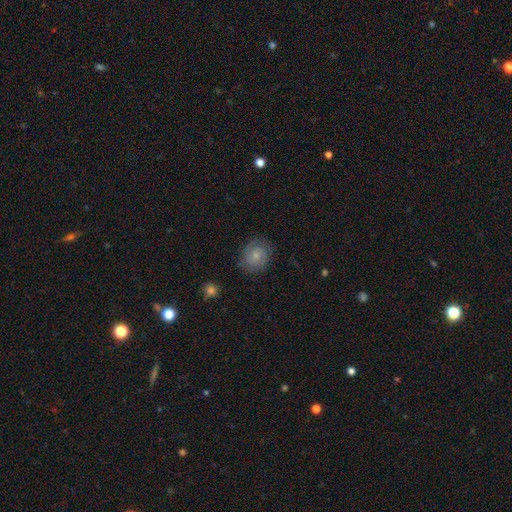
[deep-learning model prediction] This is possibly a smooth galaxy (52%). How rounded: likely round (70%). Merging: likely none (80%).